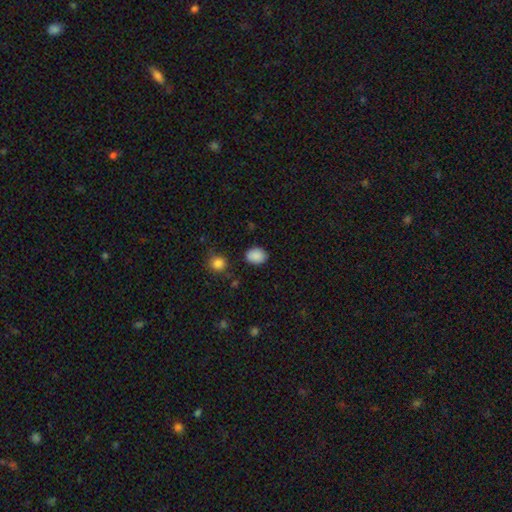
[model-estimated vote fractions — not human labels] Smooth or featured?
  - smooth: 88% *
  - star or artifact: 8%
  - featured or disk: 4%
How rounded?
  - in between: 63% *
  - round: 36%
  - cigar-shaped: 1%
Merging?
  - none: 84% *
  - minor disturbance: 11%
  - major disturbance: 3%
  - merger: 2%